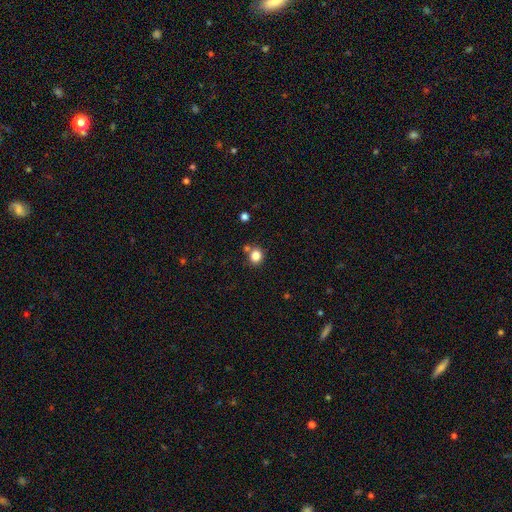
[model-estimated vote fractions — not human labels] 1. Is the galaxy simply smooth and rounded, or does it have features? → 83% smooth, 12% star or artifact, 5% featured or disk.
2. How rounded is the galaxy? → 80% round, 19% in between, 1% cigar-shaped.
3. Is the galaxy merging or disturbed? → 73% none, 14% merger, 10% minor disturbance, 3% major disturbance.